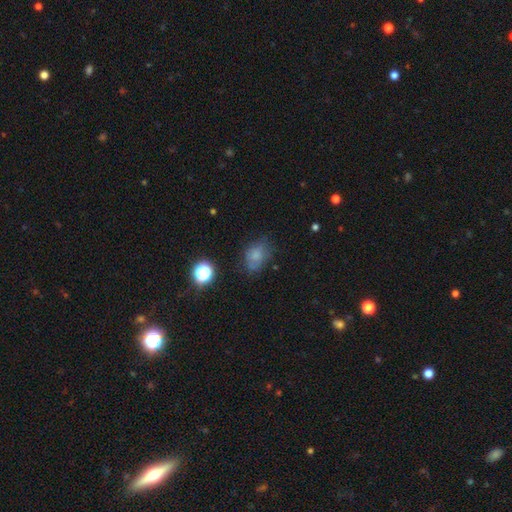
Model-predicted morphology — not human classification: The model was most divided on "merging": none: 57%, minor disturbance: 28%, major disturbance: 12%, merger: 3%. More confident: how rounded — in between (68%); smooth or featured — smooth (65%).